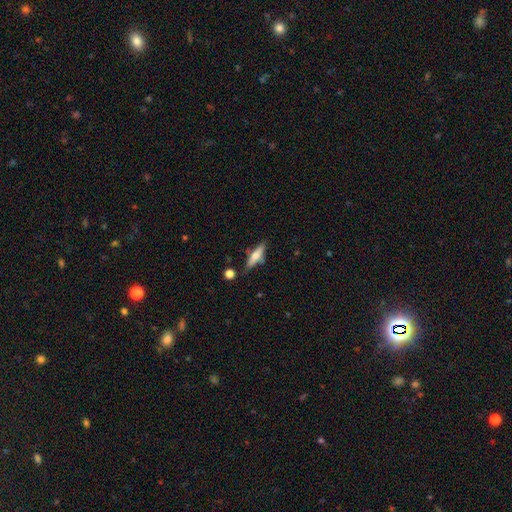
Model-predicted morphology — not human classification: smooth-or-featured: smooth: 48% | featured or disk: 45% | star or artifact: 7%
  merging: none: 74% | minor disturbance: 16% | merger: 5% | major disturbance: 4%